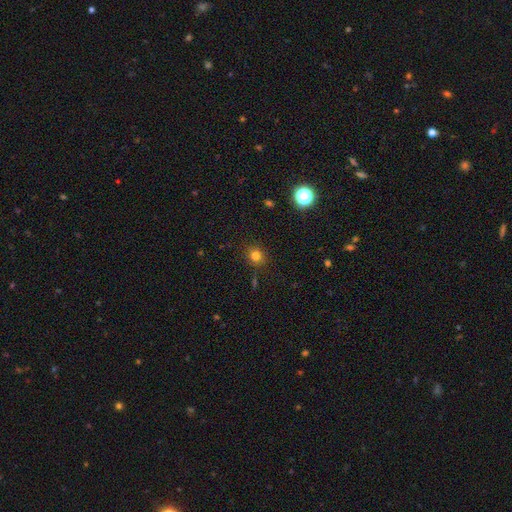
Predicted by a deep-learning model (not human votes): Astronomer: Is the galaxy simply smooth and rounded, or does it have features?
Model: smooth — 78%.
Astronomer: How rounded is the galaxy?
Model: round — 84%.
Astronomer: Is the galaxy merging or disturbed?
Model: none — 87%.